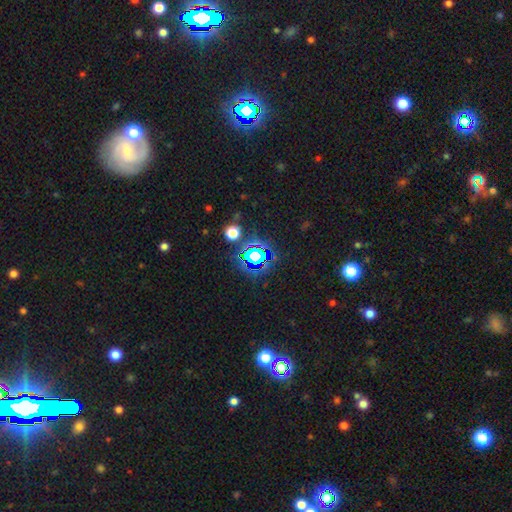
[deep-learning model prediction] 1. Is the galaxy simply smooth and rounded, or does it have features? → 70% star or artifact, 20% smooth, 10% featured or disk.